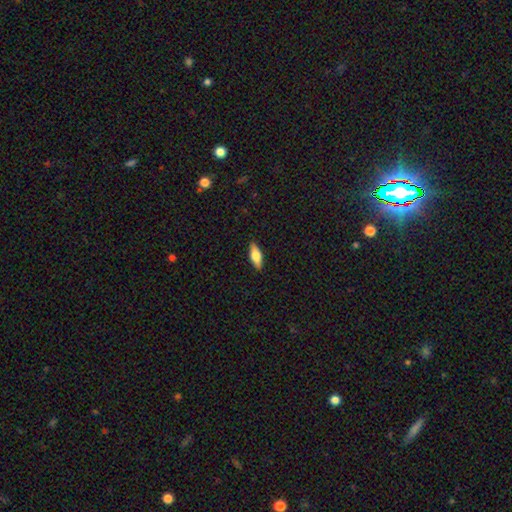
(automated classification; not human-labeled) A smooth galaxy with no disk features (60%) that is in between round and cigar-shaped (66%). Merging: none (89%).